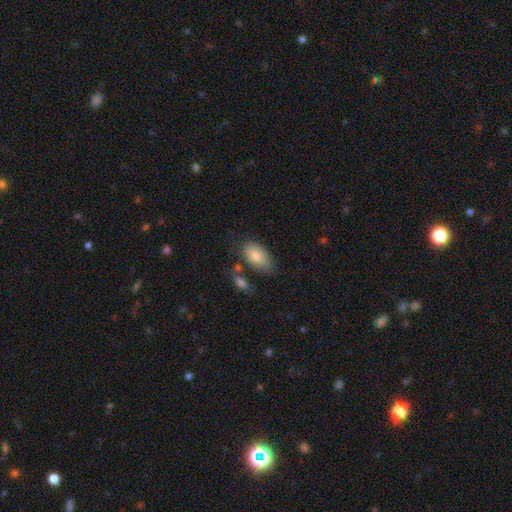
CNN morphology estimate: Q: Smooth or featured?
A: smooth (78%); runner-up: featured or disk (15%)
Q: How rounded?
A: in between (93%); runner-up: round (4%)
Q: Merging?
A: none (61%); runner-up: minor disturbance (22%)